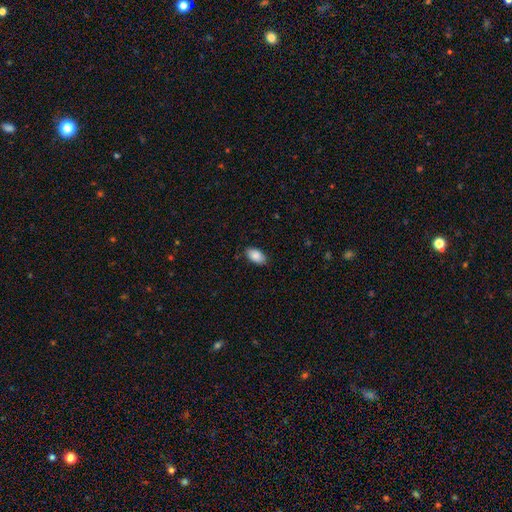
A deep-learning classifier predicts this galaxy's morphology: smooth_or_featured: smooth (p=0.88) [alt: star or artifact p=0.07]
how_rounded: in between (p=0.94) [alt: round p=0.05]
merging: none (p=0.84) [alt: minor disturbance p=0.12]